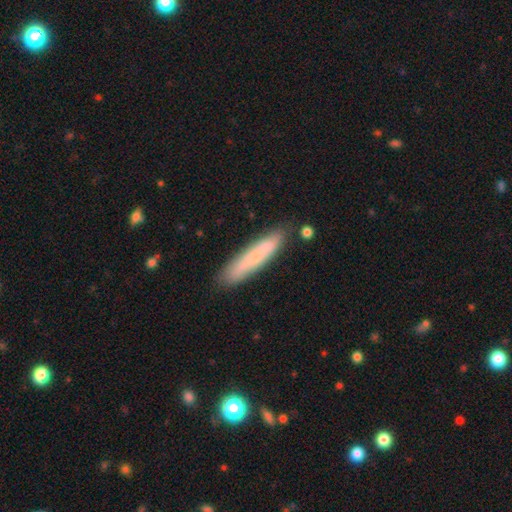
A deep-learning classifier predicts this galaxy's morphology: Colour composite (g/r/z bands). It shows a smooth galaxy with no disk features (71%) that is cigar-shaped (89%). Merging: none (82%).